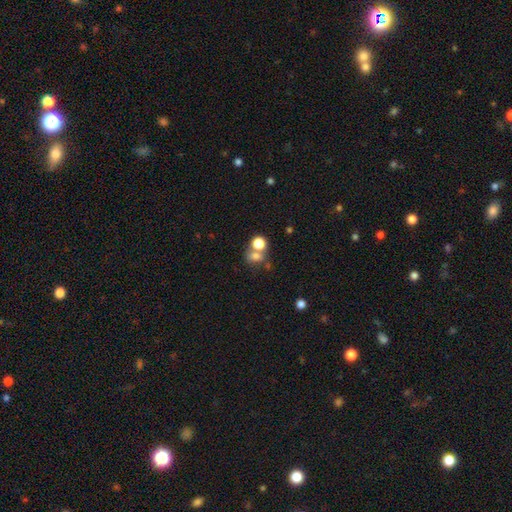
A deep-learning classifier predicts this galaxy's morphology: A smooth galaxy with no disk features (71%) that is round (57%).

Vote fractions:
- Smooth or featured? smooth: 71% / star or artifact: 16% / featured or disk: 13%
- How rounded? round: 57% / in between: 42% / cigar-shaped: 1%
- Merging? merger: 43% / none: 40% / minor disturbance: 10% / major disturbance: 7%